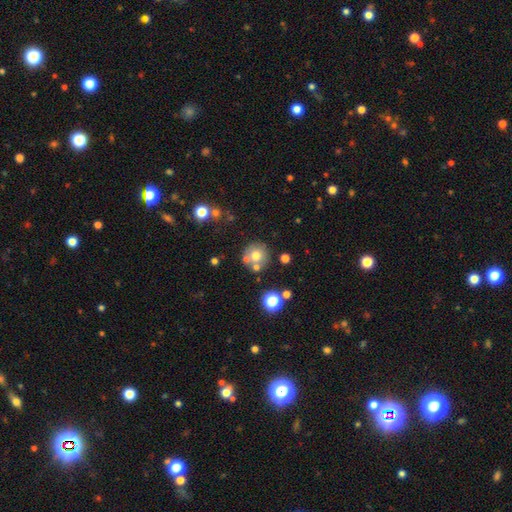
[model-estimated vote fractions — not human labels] This appears to be a smooth galaxy with no disk features (68%) that is round (92%). Merging: none (67%).